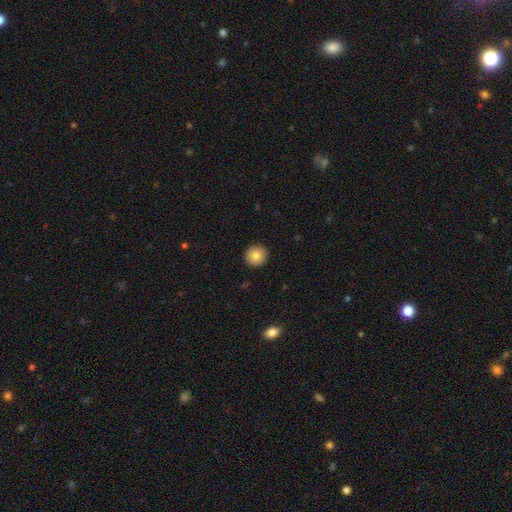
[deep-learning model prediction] A smooth galaxy with no disk features (84%) that is round (94%).

Vote fractions:
- Smooth or featured? smooth: 84% / star or artifact: 9% / featured or disk: 8%
- How rounded? round: 94% / in between: 5% / cigar-shaped: 1%
- Merging? none: 92% / minor disturbance: 5% / major disturbance: 2% / merger: 1%